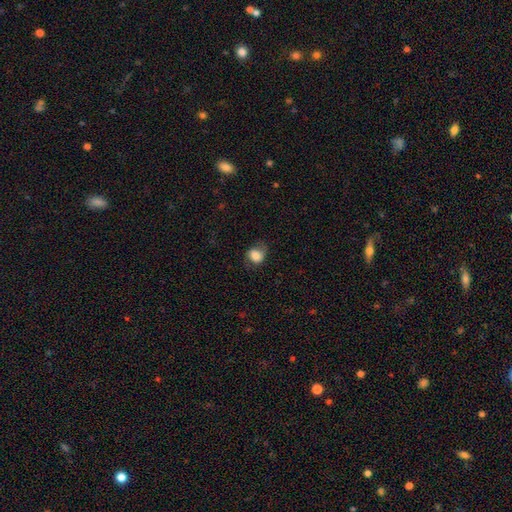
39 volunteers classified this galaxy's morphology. smooth 82%, featured or disk 13%, star or artifact 5%. Down the decision tree: how rounded — in between (56%); merging — none (41%).